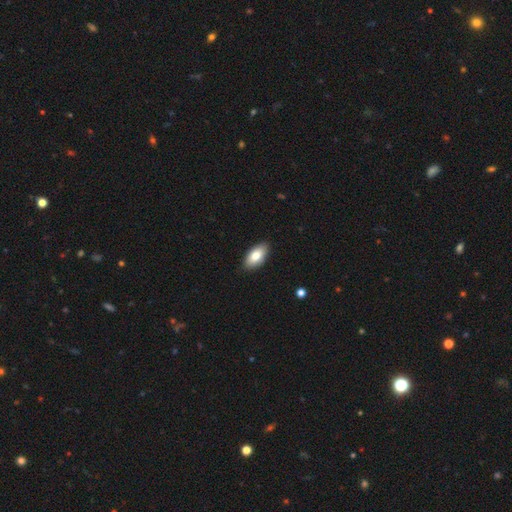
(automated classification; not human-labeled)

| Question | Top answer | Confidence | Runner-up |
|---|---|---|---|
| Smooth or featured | smooth | 82% | featured or disk (12%) |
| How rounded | in between | 93% | cigar-shaped (5%) |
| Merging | none | 89% | minor disturbance (9%) |